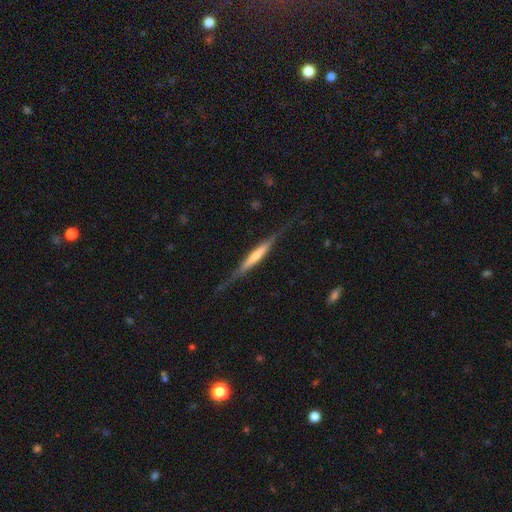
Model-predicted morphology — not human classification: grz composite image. It shows a featured or disk galaxy (61%) viewed edge-on (92%) with no central bulge (45%). Merging: none (68%).